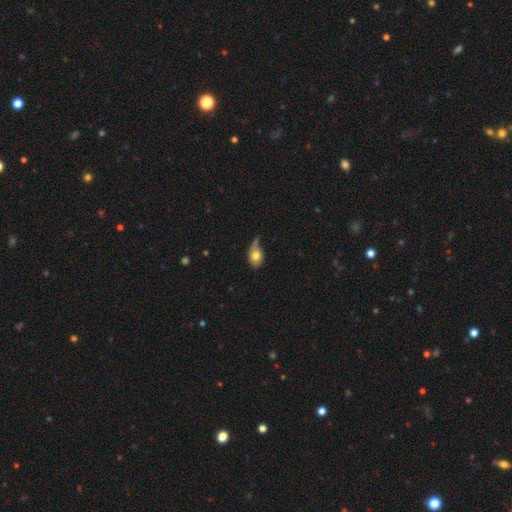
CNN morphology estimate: type=smooth (72%); roundness=in between (66%); merging=none (32%).